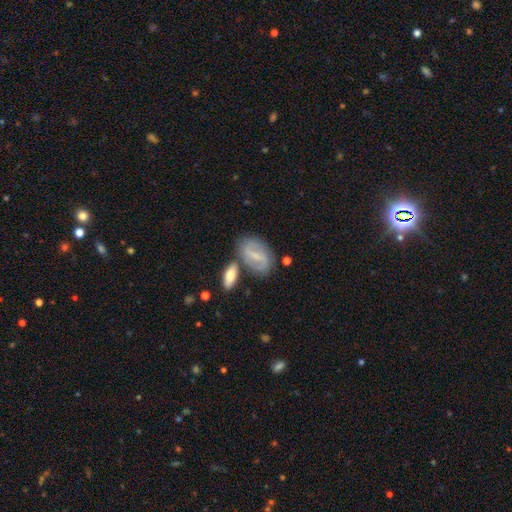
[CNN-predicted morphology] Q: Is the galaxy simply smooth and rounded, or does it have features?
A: featured or disk — 64%.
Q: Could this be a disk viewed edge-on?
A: no — 93%.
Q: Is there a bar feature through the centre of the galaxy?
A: weak — 48%.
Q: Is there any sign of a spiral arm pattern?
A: yes — 81%.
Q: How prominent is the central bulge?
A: small — 61%.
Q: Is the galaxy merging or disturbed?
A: none — 66%.